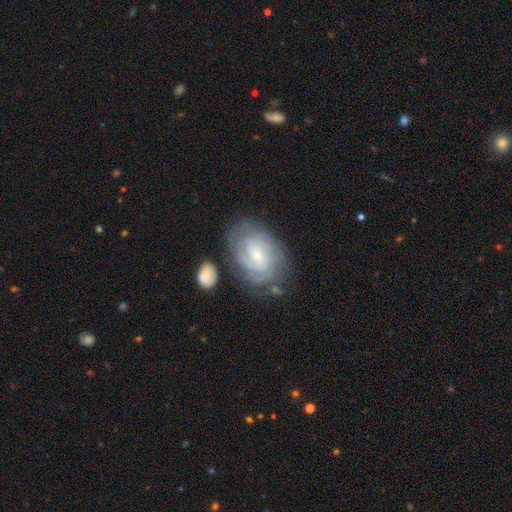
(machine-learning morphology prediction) Smooth or featured?
  - featured or disk: 72% *
  - smooth: 19%
  - star or artifact: 9%
Edge-on disk?
  - no: 96% *
  - yes: 4%
Bar?
  - no: 46% *
  - weak: 45%
  - strong: 9%
Spiral arms?
  - yes: 91% *
  - no: 9%
Spiral winding?
  - tight: 65% *
  - medium: 27%
  - loose: 7%
Spiral arm count?
  - can't tell: 45% *
  - 2: 23%
  - 3: 14%
  - 4: 9%
  - more than 4: 5%
  - 1: 4%
Bulge size?
  - small: 66% *
  - moderate: 29%
  - none: 3%
  - large: 2%
  - dominant: 1%
Merging?
  - none: 71% *
  - minor disturbance: 17%
  - major disturbance: 6%
  - merger: 5%